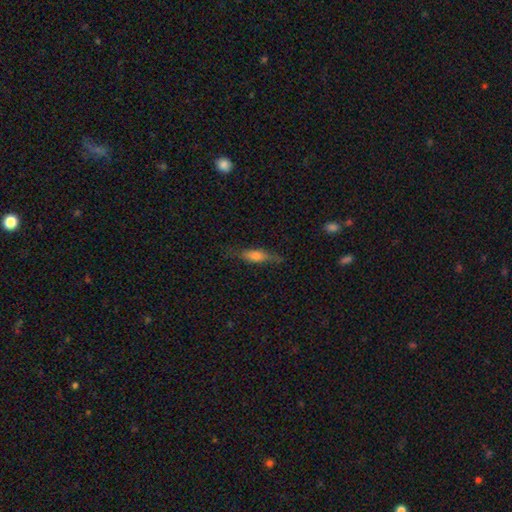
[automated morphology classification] This appears to be a smooth galaxy with no disk features (53%) that is cigar-shaped (58%). Merging: none (72%).